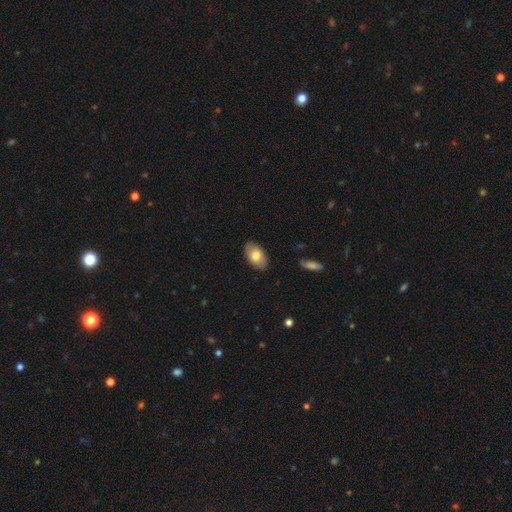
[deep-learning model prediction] Overall: smooth (77%). How rounded: in between (94%). Merging: none (87%).